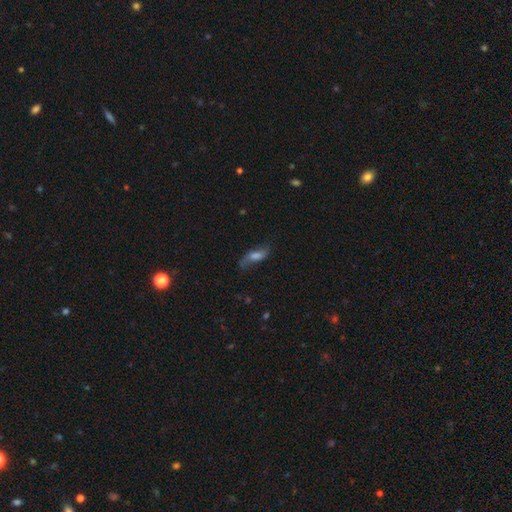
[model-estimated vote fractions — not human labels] smooth 47%, featured or disk 44%, star or artifact 10%. Down the decision tree: merging — none (60%).